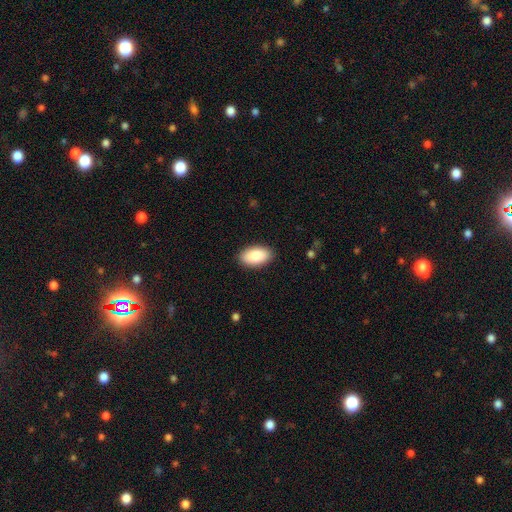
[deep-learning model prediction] Smooth or featured? smooth (87%)
How rounded? in between (95%)
Merging? none (89%)